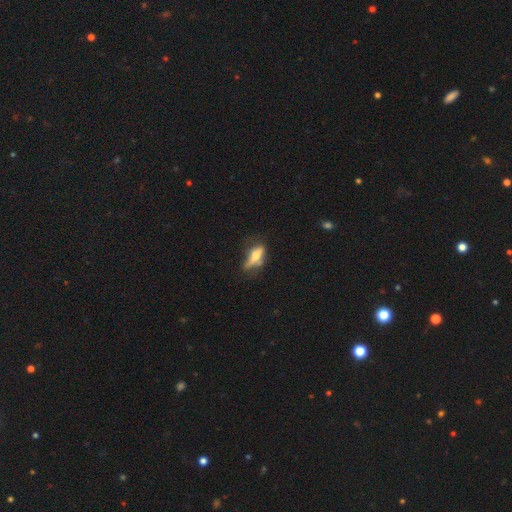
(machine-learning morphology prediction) smooth_or_featured: smooth (p=0.52) [alt: featured or disk p=0.40]
how_rounded: in between (p=0.60) [alt: cigar-shaped p=0.36]
merging: none (p=0.41) [alt: minor disturbance p=0.30]